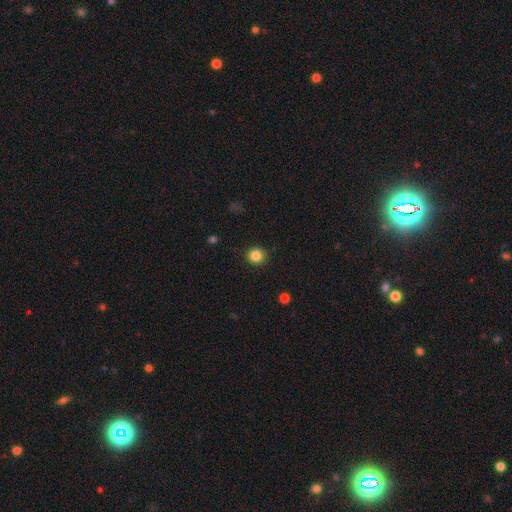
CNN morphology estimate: Overall: smooth (84%). How rounded: round (89%). Merging: none (88%).